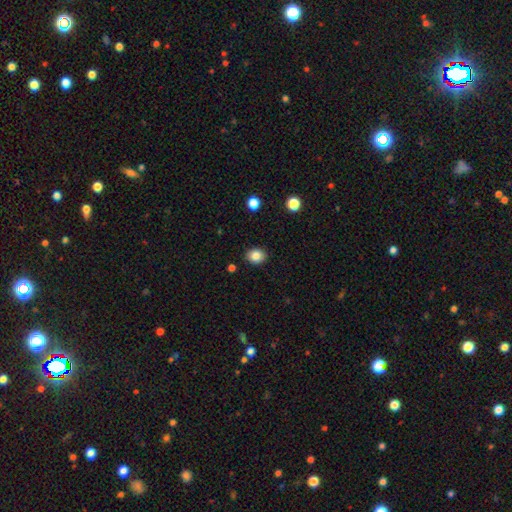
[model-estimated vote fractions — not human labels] Q: Smooth or featured?
A: smooth (84%); runner-up: star or artifact (10%)
Q: How rounded?
A: round (56%); runner-up: in between (44%)
Q: Merging?
A: none (88%); runner-up: minor disturbance (9%)